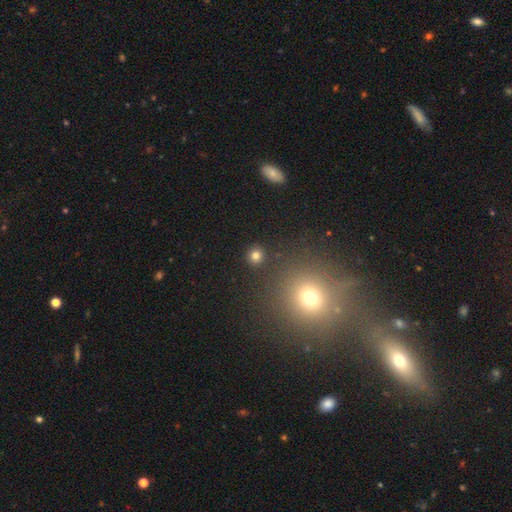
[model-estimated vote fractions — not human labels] Smooth or featured? Predicted: smooth (p=0.79). How rounded? Predicted: round (p=0.92). Merging? Predicted: none (p=0.89).